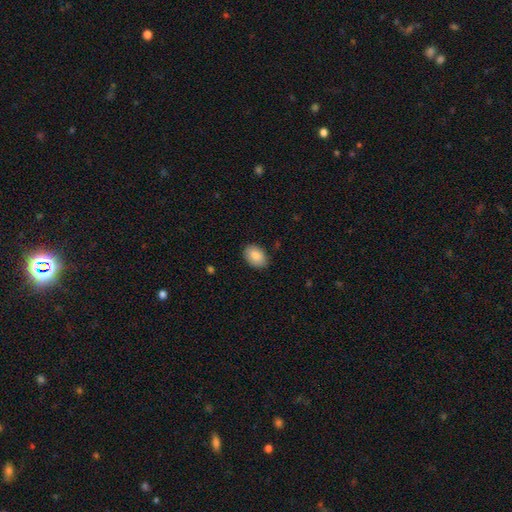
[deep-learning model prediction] Overall: smooth (88%). How rounded: in between (82%). Merging: none (86%).